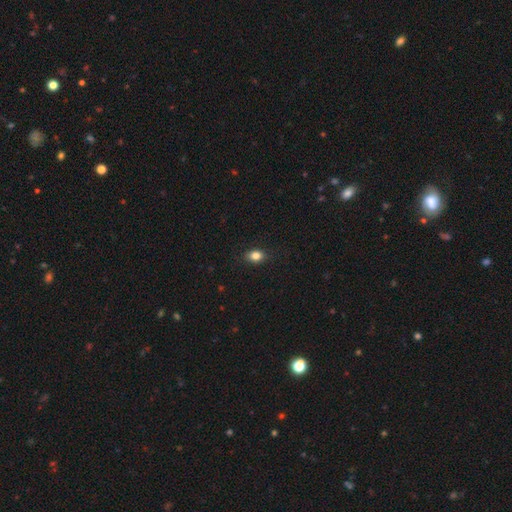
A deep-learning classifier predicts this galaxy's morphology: Smooth or featured? smooth (83%)
How rounded? in between (69%)
Merging? none (87%)